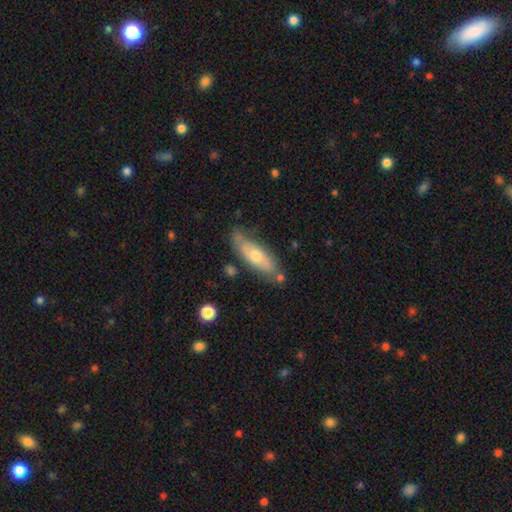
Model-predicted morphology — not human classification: A smooth galaxy with no disk features (51%) that is in between round and cigar-shaped (59%). Merging: none (70%).